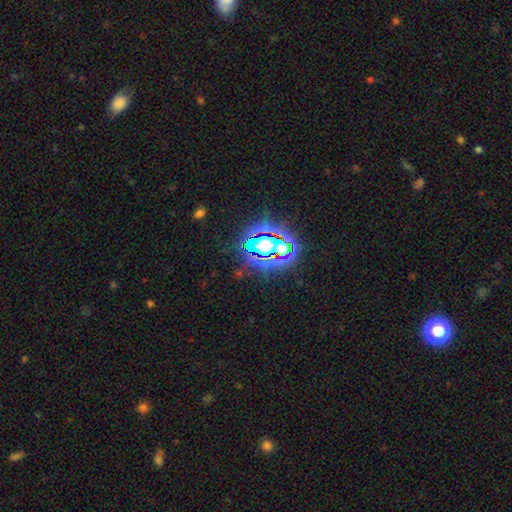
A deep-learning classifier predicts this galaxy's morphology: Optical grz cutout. It shows a star or artifact, not a galaxy (61%).